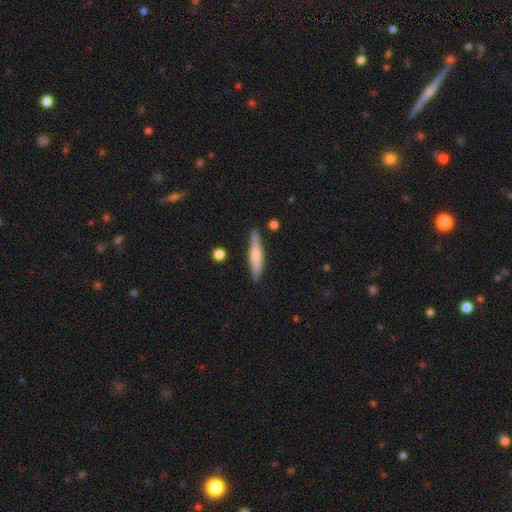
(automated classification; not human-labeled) This appears to be a smooth galaxy with no disk features (59%) that is cigar-shaped (86%). Merging: none (83%).